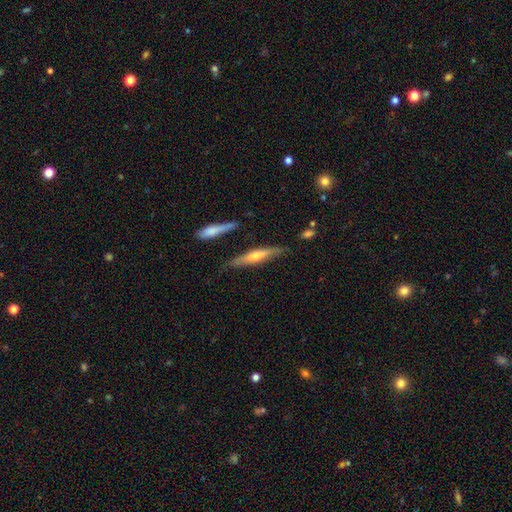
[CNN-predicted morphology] type=featured or disk (56%); edge-on=yes (93%); edge-on bulge=rounded (79%); merging=none (78%).